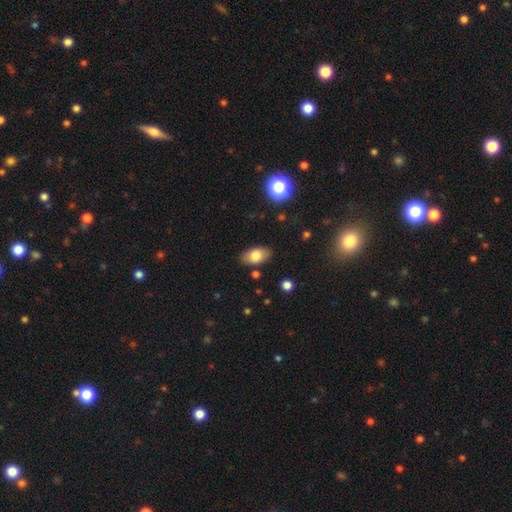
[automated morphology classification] Smooth or featured?
  - smooth: 78% *
  - featured or disk: 14%
  - star or artifact: 8%
How rounded?
  - in between: 91% *
  - round: 6%
  - cigar-shaped: 2%
Merging?
  - none: 84% *
  - minor disturbance: 12%
  - major disturbance: 3%
  - merger: 2%